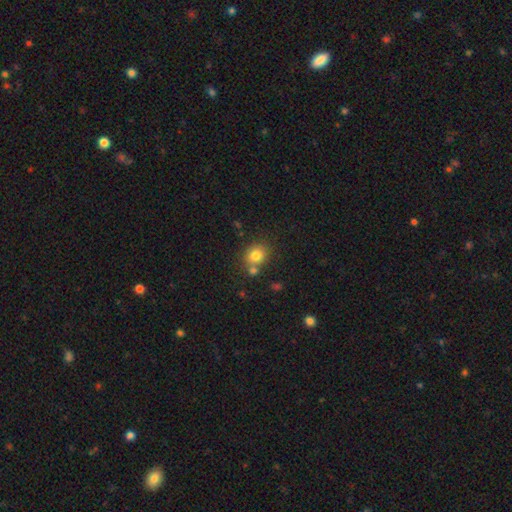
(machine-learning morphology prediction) smooth 80%, star or artifact 11%, featured or disk 9%. Down the decision tree: how rounded — round (71%); merging — none (64%).